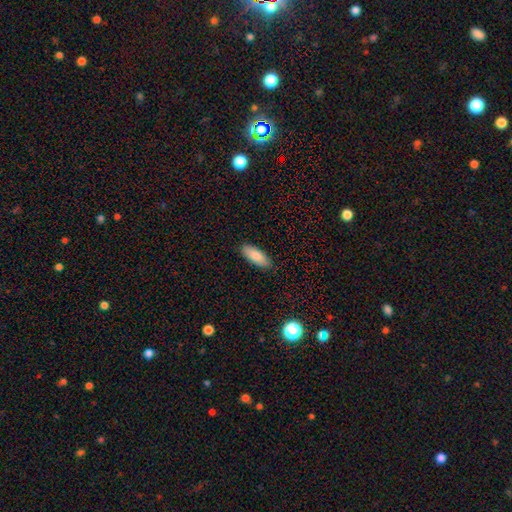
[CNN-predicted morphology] Q: Smooth or featured?
A: smooth (84%); runner-up: featured or disk (10%)
Q: How rounded?
A: in between (74%); runner-up: cigar-shaped (24%)
Q: Merging?
A: none (89%); runner-up: minor disturbance (8%)